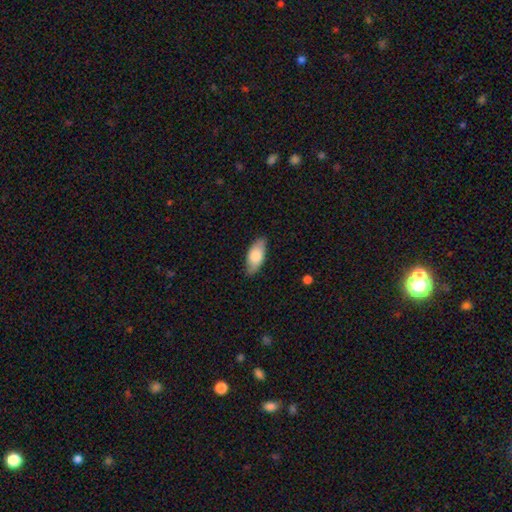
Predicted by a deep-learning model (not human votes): Q: Smooth or featured?
A: smooth (79%); runner-up: featured or disk (15%)
Q: How rounded?
A: in between (89%); runner-up: cigar-shaped (9%)
Q: Merging?
A: none (83%); runner-up: minor disturbance (14%)